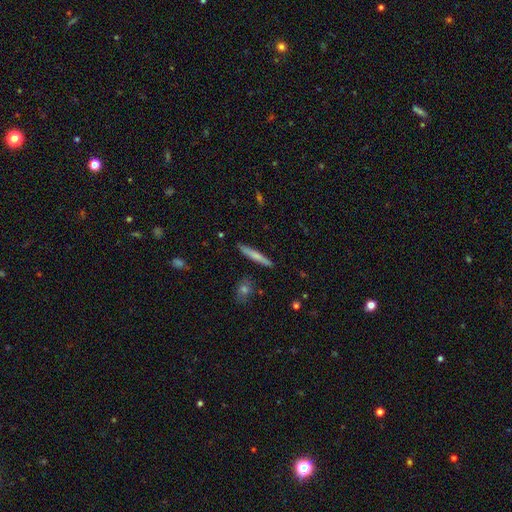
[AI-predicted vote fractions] This appears to be a smooth galaxy with no disk features (62%) that is cigar-shaped (94%). Merging: none (89%).